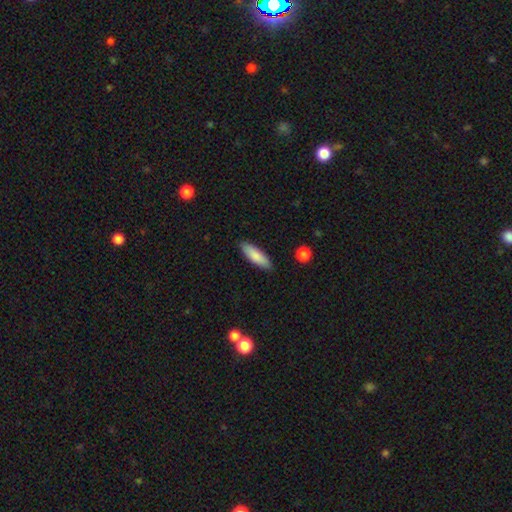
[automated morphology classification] The model was most divided on "how rounded": in between: 52%, cigar-shaped: 47%, round: 2%. More confident: merging — none (87%); smooth or featured — smooth (85%).